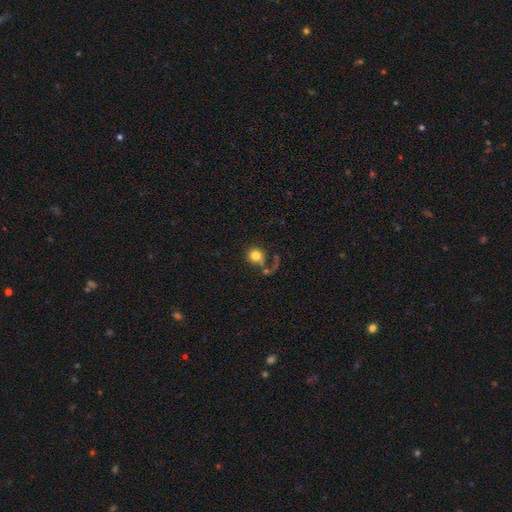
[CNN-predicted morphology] A smooth galaxy with no disk features (76%) that is round (80%).

Vote fractions:
- Smooth or featured? smooth: 76% / featured or disk: 14% / star or artifact: 10%
- How rounded? round: 80% / in between: 19% / cigar-shaped: 1%
- Merging? none: 44% / major disturbance: 25% / merger: 18% / minor disturbance: 13%